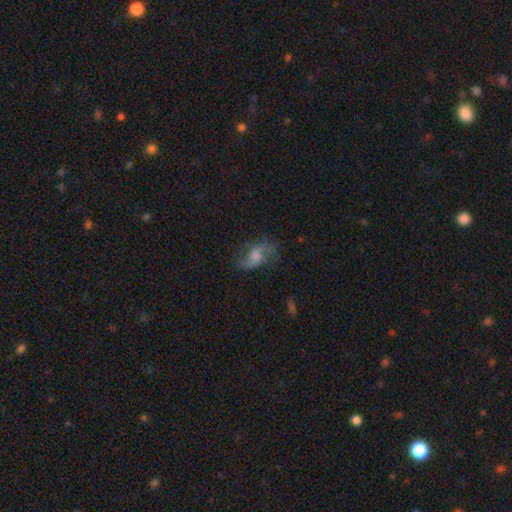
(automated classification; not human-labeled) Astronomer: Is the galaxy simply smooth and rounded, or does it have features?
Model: featured or disk — 68%.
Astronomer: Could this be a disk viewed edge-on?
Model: no — 95%.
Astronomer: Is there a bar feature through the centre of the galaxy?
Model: no — 51% (runner-up: weak, 39%).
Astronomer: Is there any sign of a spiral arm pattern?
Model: yes — 91%.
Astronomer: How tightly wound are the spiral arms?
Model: loose — 67%.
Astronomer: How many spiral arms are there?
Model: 2 — 89%.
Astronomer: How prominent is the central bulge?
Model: moderate — 46% (runner-up: small, 23%).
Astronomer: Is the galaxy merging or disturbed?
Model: none — 71%.